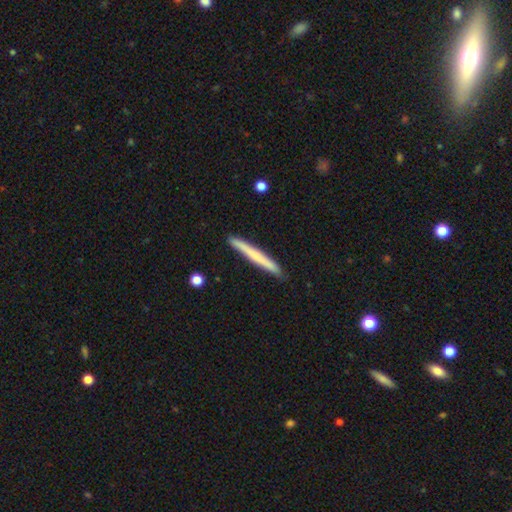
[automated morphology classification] This appears to be a smooth galaxy with no disk features (60%) that is cigar-shaped (97%). Merging: none (90%).